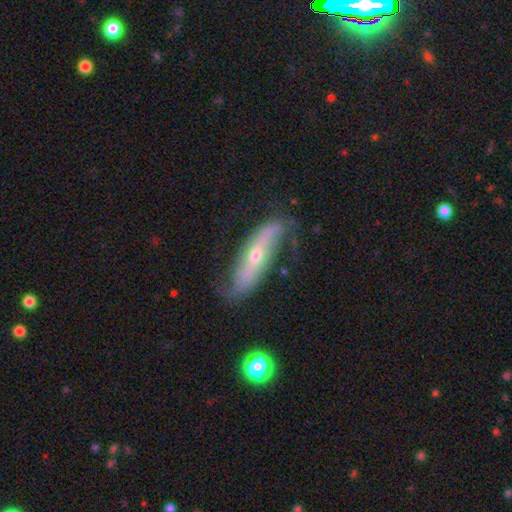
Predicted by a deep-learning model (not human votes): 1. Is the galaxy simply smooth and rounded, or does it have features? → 80% featured or disk, 14% smooth, 6% star or artifact.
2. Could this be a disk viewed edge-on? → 74% no, 26% yes.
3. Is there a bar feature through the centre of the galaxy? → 44% strong, 34% no, 23% weak.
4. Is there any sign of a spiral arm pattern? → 90% yes, 10% no.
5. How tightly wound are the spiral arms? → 71% loose, 19% medium, 10% tight.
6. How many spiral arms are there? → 88% 2, 6% can't tell, 3% 1, 1% 3, 1% 4, 1% more than 4.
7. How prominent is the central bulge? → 62% small, 34% moderate, 2% large, 1% none, 1% dominant.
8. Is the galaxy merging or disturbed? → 63% none, 24% minor disturbance, 11% major disturbance, 2% merger.